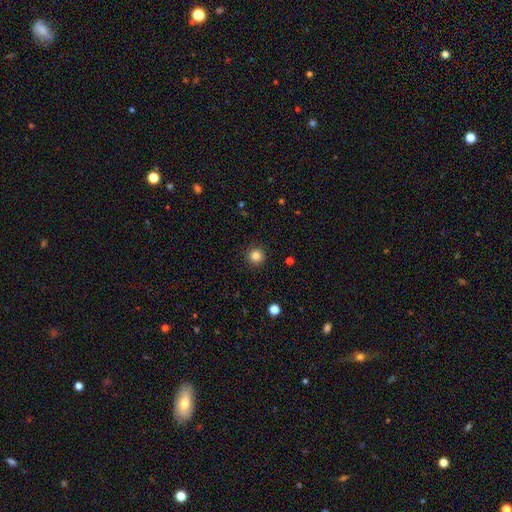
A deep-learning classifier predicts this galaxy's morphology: smooth_or_featured: smooth (p=0.84) [alt: star or artifact p=0.12]
how_rounded: round (p=0.95) [alt: in between p=0.04]
merging: none (p=0.92) [alt: minor disturbance p=0.05]